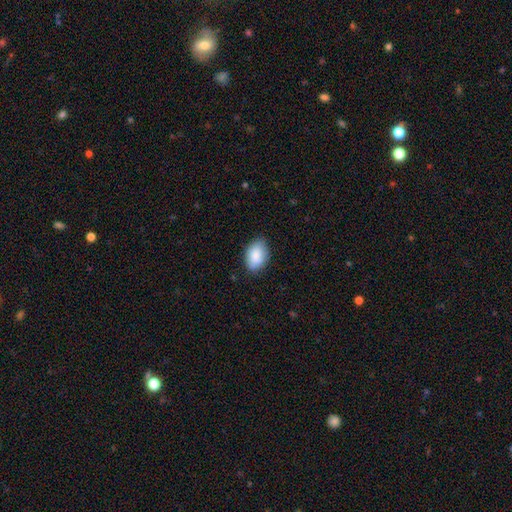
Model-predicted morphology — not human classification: Overall: smooth (87%). How rounded: in between (89%). Merging: none (80%).